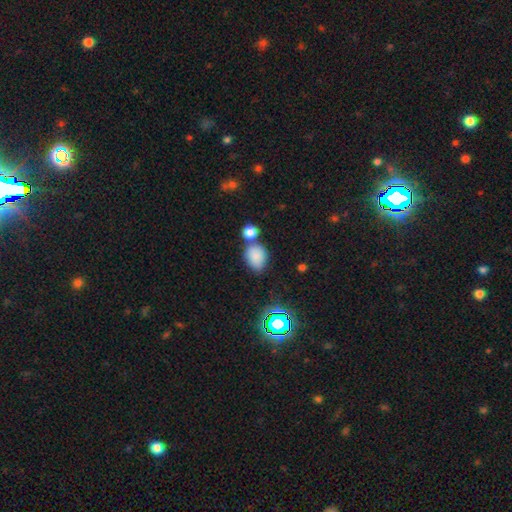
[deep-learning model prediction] smooth 81%, star or artifact 12%, featured or disk 7%. Down the decision tree: how rounded — in between (70%); merging — none (51%).